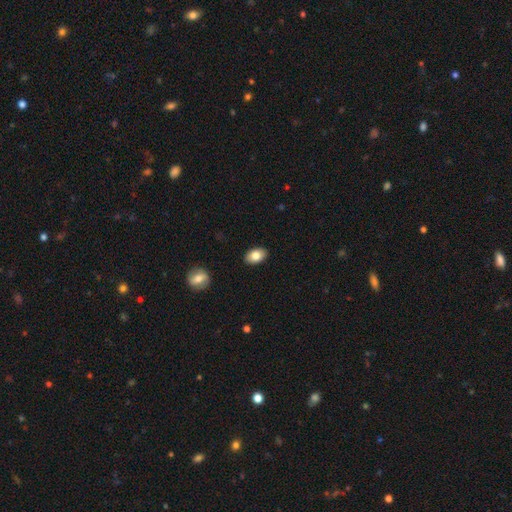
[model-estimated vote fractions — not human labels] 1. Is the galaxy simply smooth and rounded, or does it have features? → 81% smooth, 12% featured or disk, 7% star or artifact.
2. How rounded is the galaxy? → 88% in between, 11% round, 1% cigar-shaped.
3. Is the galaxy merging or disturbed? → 90% none, 8% minor disturbance, 2% major disturbance, 1% merger.